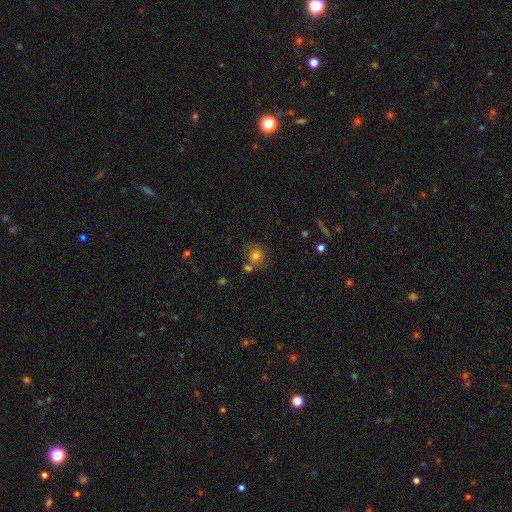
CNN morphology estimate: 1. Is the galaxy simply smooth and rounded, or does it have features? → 70% smooth, 18% featured or disk, 12% star or artifact.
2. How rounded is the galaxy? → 83% round, 16% in between, 1% cigar-shaped.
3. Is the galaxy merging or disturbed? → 59% none, 20% merger, 15% minor disturbance, 6% major disturbance.